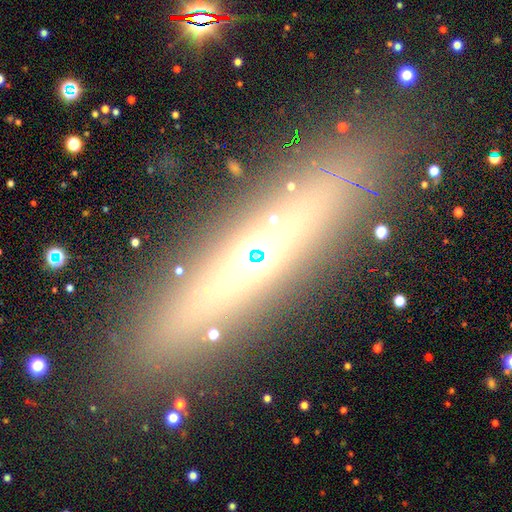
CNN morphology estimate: Smooth or featured: featured or disk — 62% (smooth — 23%)
Edge-on disk: yes — 85% (no — 15%)
Edge-on bulge: rounded — 61% (none — 29%)
Merging: none — 86% (minor disturbance — 9%)